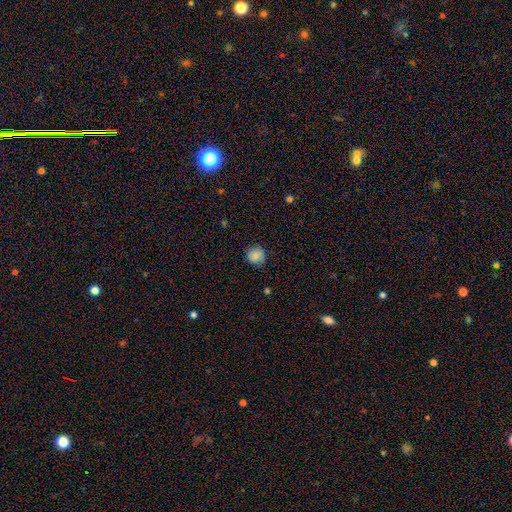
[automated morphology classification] The model was most divided on "merging": none: 80%, minor disturbance: 16%, major disturbance: 3%, merger: 1%. More confident: how rounded — round (88%); smooth or featured — smooth (84%).